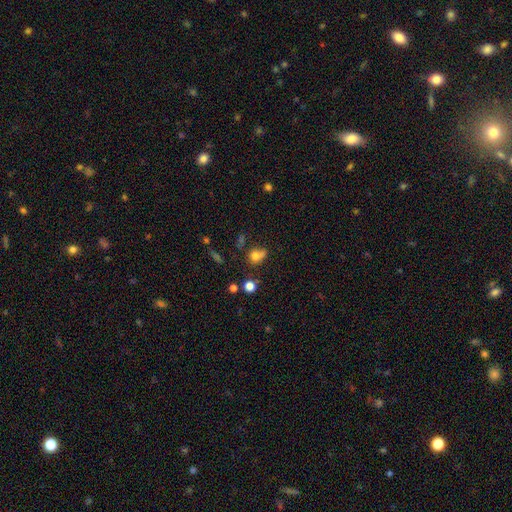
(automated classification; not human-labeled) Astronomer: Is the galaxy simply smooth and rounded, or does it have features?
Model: smooth — 74%.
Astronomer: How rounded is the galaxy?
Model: round — 59% (runner-up: in between, 39%).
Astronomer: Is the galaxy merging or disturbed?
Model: none — 41% (runner-up: merger, 26%).